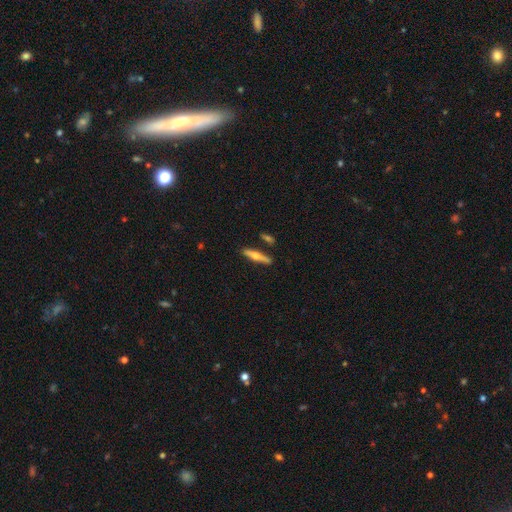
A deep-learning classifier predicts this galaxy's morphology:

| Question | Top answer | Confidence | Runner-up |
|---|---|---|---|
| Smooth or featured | featured or disk | 54% | smooth (40%) |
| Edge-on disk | yes | 95% | no (5%) |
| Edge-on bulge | rounded | 93% | none (4%) |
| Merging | none | 84% | minor disturbance (9%) |